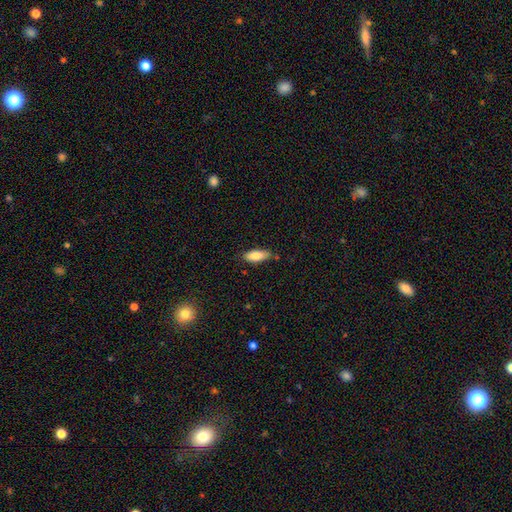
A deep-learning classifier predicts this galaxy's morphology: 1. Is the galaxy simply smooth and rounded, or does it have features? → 82% smooth, 11% featured or disk, 6% star or artifact.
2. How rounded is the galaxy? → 73% in between, 25% cigar-shaped, 2% round.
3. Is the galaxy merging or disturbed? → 79% none, 17% minor disturbance, 3% major disturbance, 2% merger.